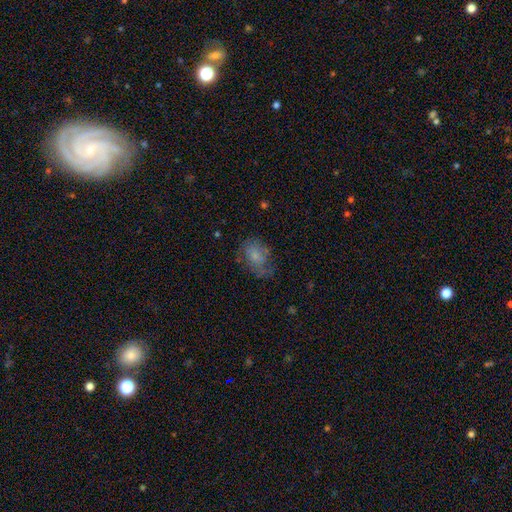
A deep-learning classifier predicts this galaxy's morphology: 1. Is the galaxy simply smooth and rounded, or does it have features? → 62% smooth, 29% featured or disk, 9% star or artifact.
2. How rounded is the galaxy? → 80% in between, 19% round, 2% cigar-shaped.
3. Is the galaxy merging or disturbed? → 49% none, 28% minor disturbance, 20% major disturbance, 3% merger.